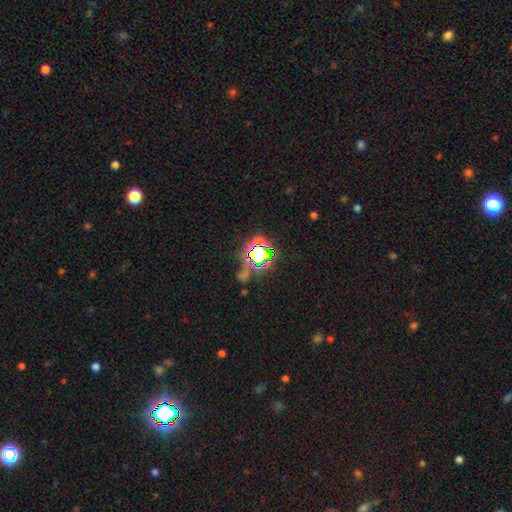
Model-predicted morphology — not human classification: This appears to be a star or artifact, not a galaxy (78%).